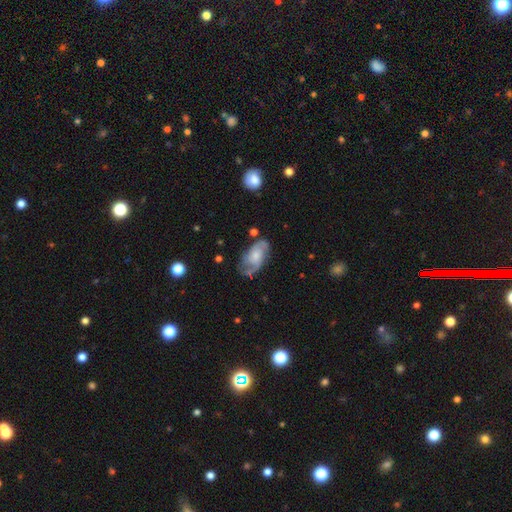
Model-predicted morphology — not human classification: Smooth or featured: featured or disk — 71% (smooth — 23%)
Edge-on disk: no — 96% (yes — 4%)
Bar: no — 66% (weak — 29%)
Spiral arms: yes — 91% (no — 9%)
Spiral winding: medium — 46% (loose — 28%)
Spiral arm count: 2 — 63% (can't tell — 17%)
Bulge size: moderate — 41% (small — 38%)
Merging: none — 62% (minor disturbance — 24%)